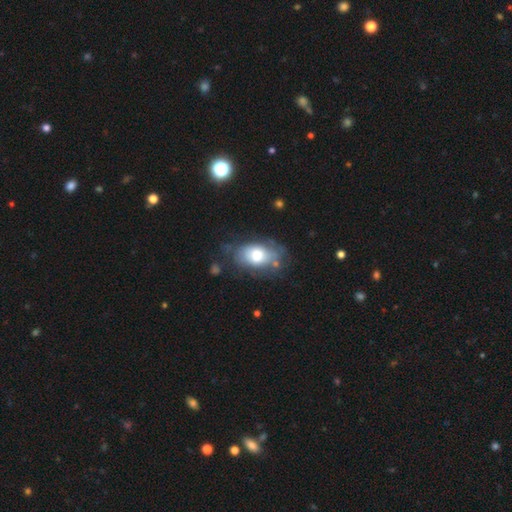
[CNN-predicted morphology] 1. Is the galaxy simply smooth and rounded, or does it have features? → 61% smooth, 31% featured or disk, 7% star or artifact.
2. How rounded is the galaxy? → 89% in between, 10% round, 2% cigar-shaped.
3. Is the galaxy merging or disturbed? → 53% none, 28% minor disturbance, 15% major disturbance, 4% merger.